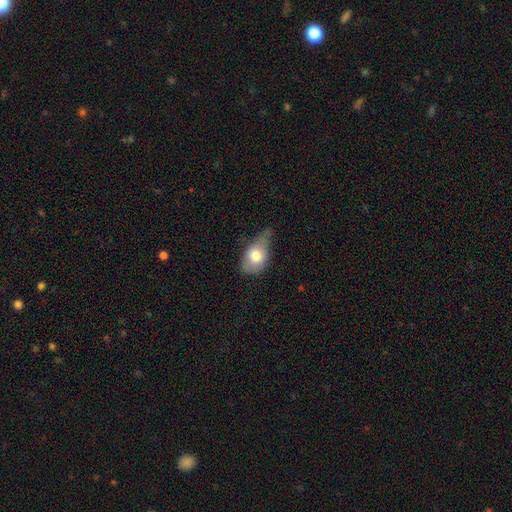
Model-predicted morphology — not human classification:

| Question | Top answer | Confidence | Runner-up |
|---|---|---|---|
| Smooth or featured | smooth | 73% | featured or disk (19%) |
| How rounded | in between | 84% | round (13%) |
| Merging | minor disturbance | 48% | none (26%) |